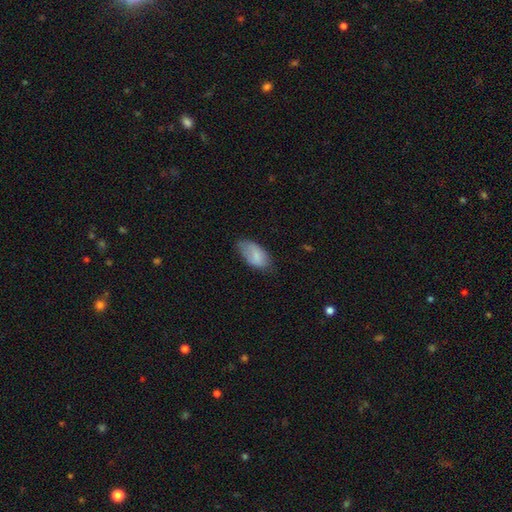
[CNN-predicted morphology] Q: Smooth or featured?
A: smooth (78%); runner-up: featured or disk (15%)
Q: How rounded?
A: in between (94%); runner-up: round (3%)
Q: Merging?
A: none (54%); runner-up: minor disturbance (35%)